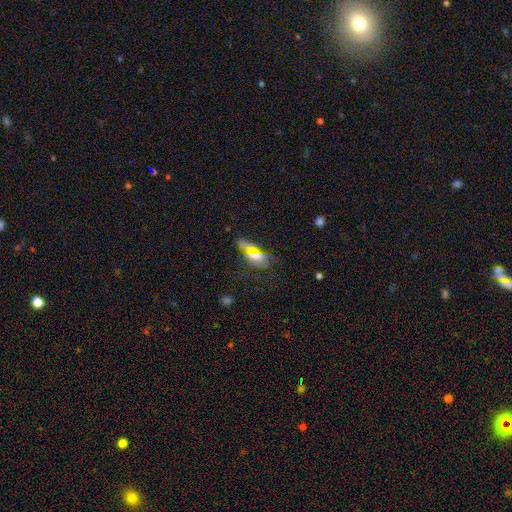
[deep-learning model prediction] The model was most divided on "smooth or featured": smooth: 55%, star or artifact: 23%, featured or disk: 22%. More confident: how rounded — in between (79%); merging — none (56%).